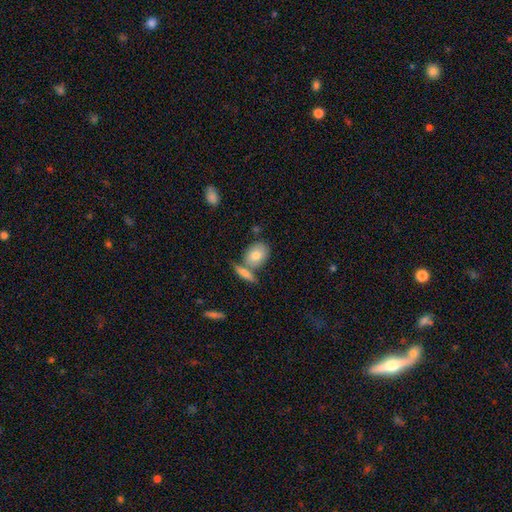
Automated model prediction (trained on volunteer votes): Morphology: type=smooth (77%); roundness=in between (68%); merging=none (53%).